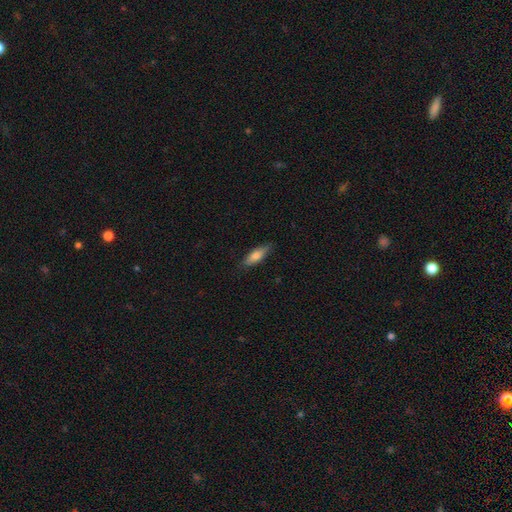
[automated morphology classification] This is likely a smooth galaxy (71%). How rounded: possibly in between (54%). Merging: clearly none (82%).